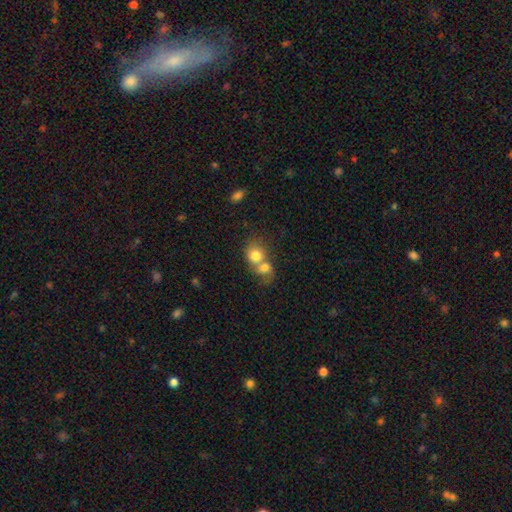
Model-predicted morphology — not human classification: smooth_or_featured: smooth (p=0.76) [alt: featured or disk p=0.15]
how_rounded: round (p=0.69) [alt: in between p=0.30]
merging: merger (p=0.71) [alt: none p=0.20]